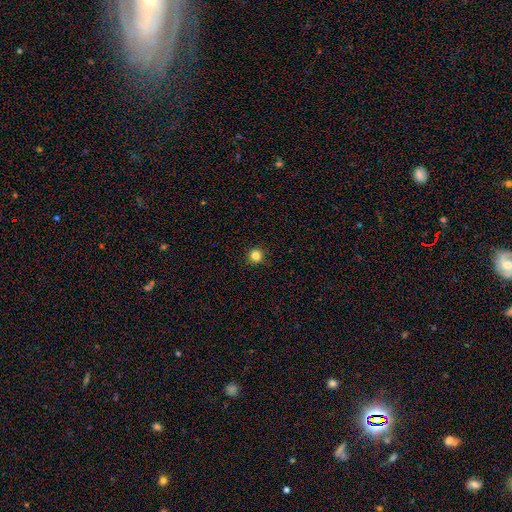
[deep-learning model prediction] This is clearly a smooth galaxy (83%). How rounded: clearly round (95%). Merging: clearly none (92%).